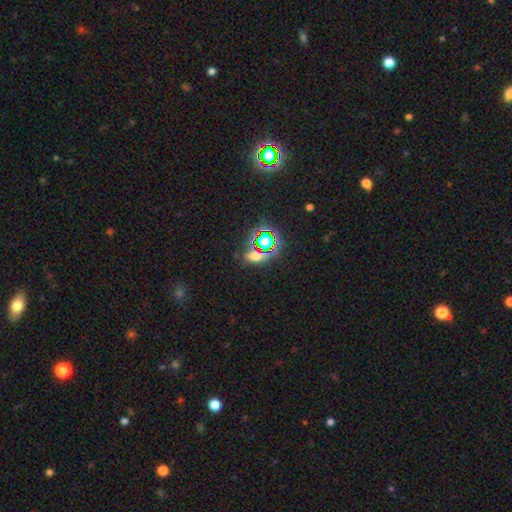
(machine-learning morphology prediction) type=star or artifact (47%).